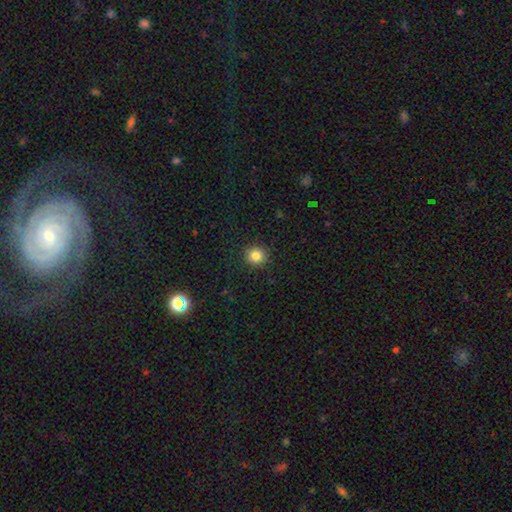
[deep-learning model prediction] smooth 83%, star or artifact 12%, featured or disk 5%. Down the decision tree: how rounded — round (90%); merging — none (91%).